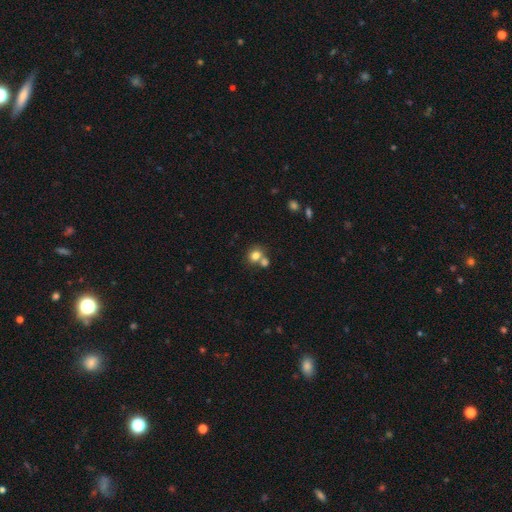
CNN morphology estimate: This appears to be a smooth galaxy with no disk features (79%) that is round (71%). Merging: none (50%).